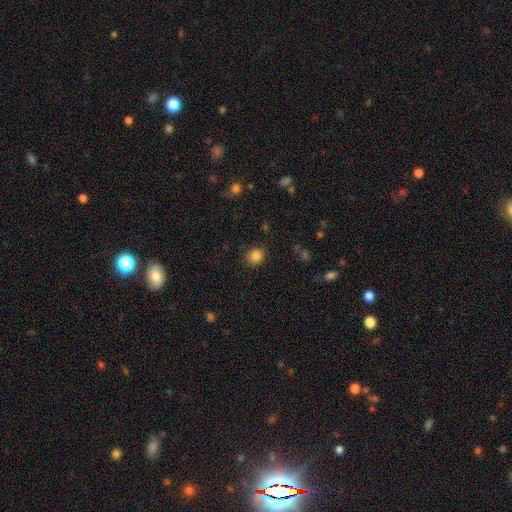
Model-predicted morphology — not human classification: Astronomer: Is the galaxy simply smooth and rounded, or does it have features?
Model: smooth — 84%.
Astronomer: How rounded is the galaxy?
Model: round — 77%.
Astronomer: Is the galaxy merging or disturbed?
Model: none — 89%.